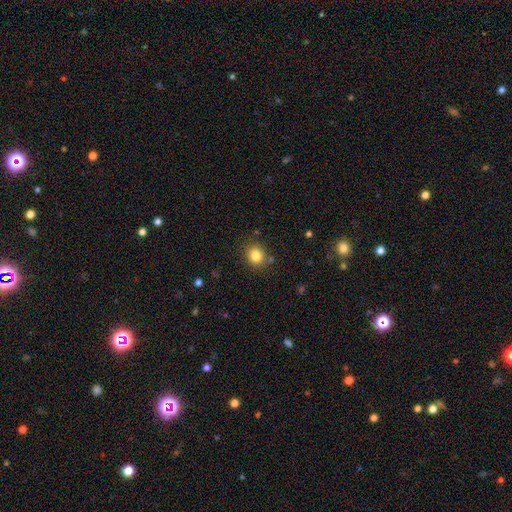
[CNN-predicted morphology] This is clearly a smooth galaxy (83%). How rounded: clearly round (81%). Merging: clearly none (83%).